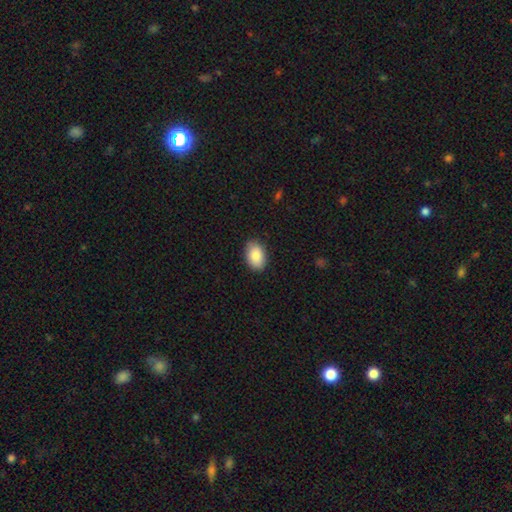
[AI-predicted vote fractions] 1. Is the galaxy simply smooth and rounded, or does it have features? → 88% smooth, 7% star or artifact, 6% featured or disk.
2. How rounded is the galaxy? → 89% in between, 10% round, 1% cigar-shaped.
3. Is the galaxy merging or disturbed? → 88% none, 9% minor disturbance, 2% major disturbance, 1% merger.